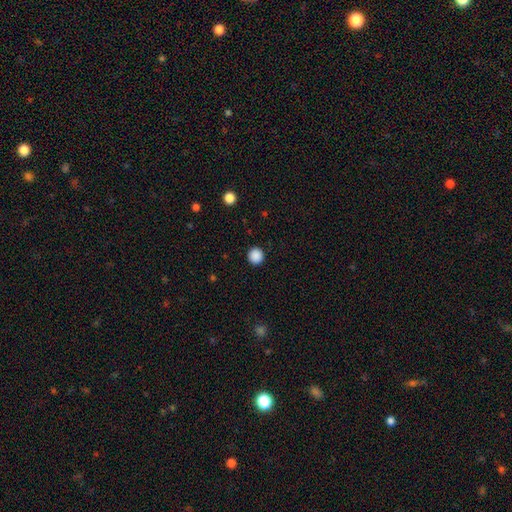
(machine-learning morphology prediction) Smooth or featured? smooth (88%)
How rounded? round (94%)
Merging? none (92%)